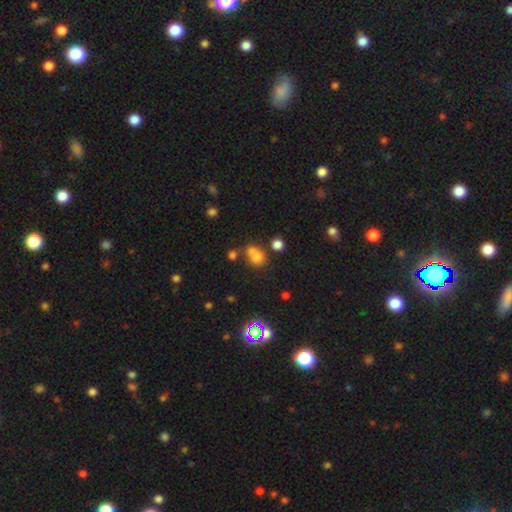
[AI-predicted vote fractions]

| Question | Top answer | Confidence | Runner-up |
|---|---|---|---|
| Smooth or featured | smooth | 71% | star or artifact (18%) |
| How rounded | in between | 54% | round (44%) |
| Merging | merger | 38% | none (37%) |